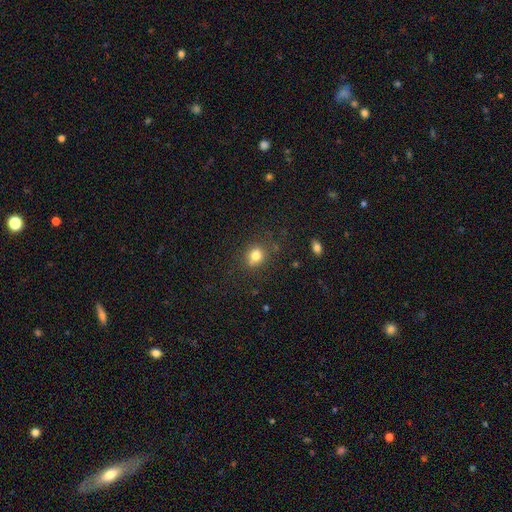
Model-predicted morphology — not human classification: Smooth or featured? Predicted: smooth (p=0.78). How rounded? Predicted: round (p=0.72). Merging? Predicted: none (p=0.69).